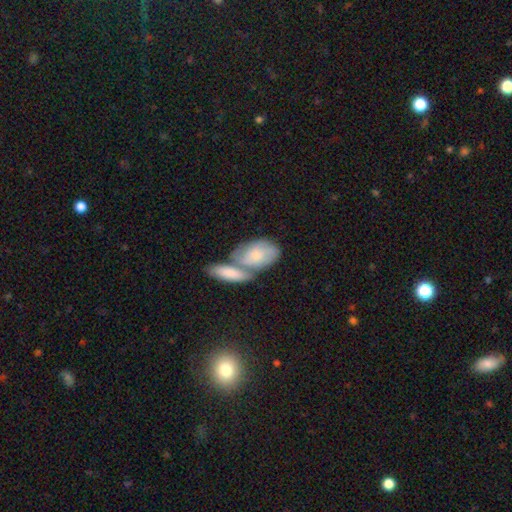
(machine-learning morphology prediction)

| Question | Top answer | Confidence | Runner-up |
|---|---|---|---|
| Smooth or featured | smooth | 52% | featured or disk (39%) |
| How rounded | in between | 84% | round (9%) |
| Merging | merger | 48% | none (35%) |